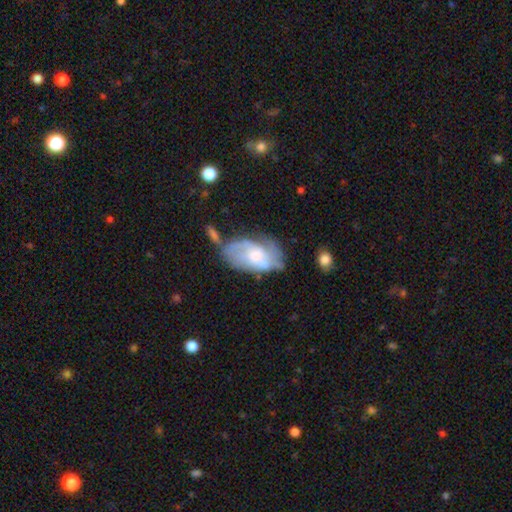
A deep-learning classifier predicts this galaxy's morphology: Smooth or featured: featured or disk — 66% (smooth — 28%)
Edge-on disk: no — 95% (yes — 5%)
Bar: no — 70% (weak — 25%)
Spiral arms: yes — 76% (no — 24%)
Bulge size: small — 52% (moderate — 42%)
Merging: none — 45% (minor disturbance — 29%)